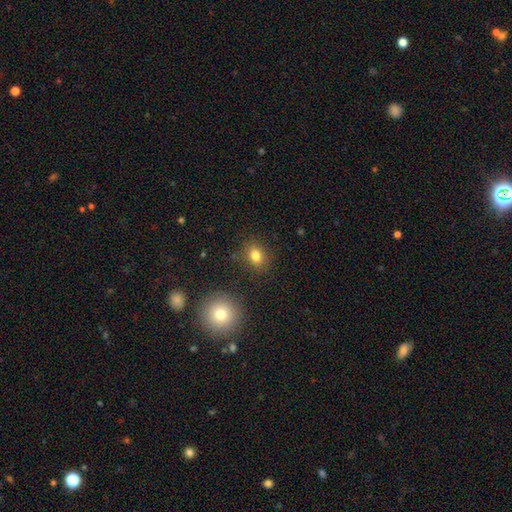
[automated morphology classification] Overall: smooth (81%). How rounded: in between (53%; round 46%). Merging: none (82%).